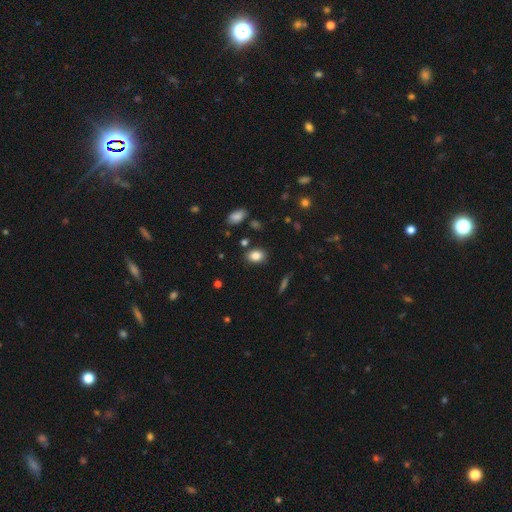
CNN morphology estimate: type=smooth (84%); roundness=in between (78%); merging=none (84%).